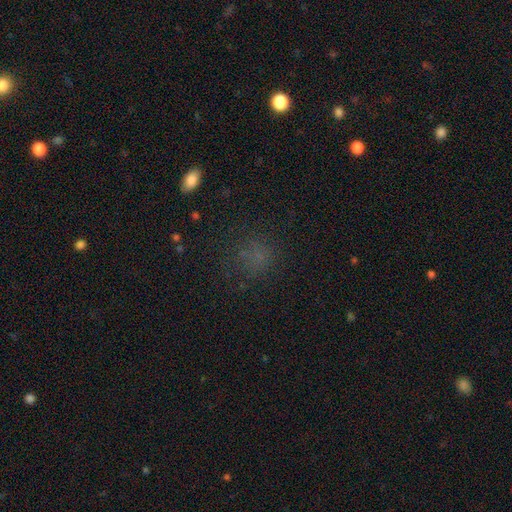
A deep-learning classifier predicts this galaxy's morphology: This is possibly a smooth galaxy (58%). How rounded: likely round (75%). Merging: likely none (70%).